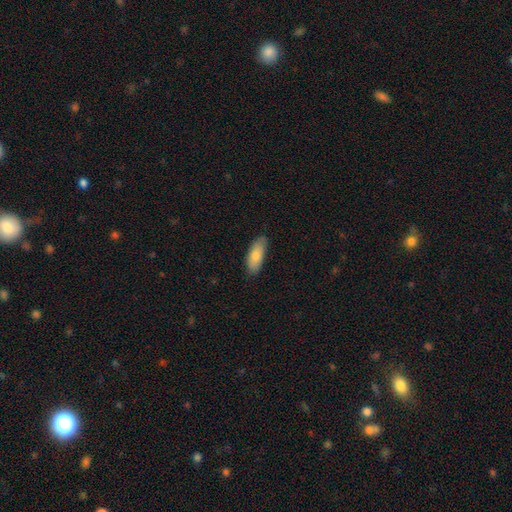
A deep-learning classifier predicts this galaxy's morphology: Overall: smooth (79%). How rounded: in between (77%). Merging: none (81%).